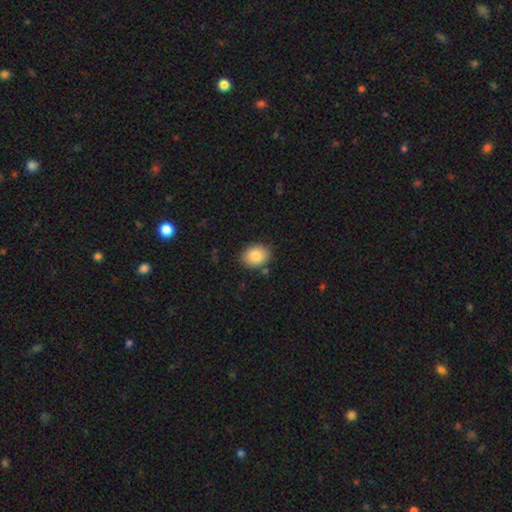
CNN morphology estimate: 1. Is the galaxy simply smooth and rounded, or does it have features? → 84% smooth, 8% star or artifact, 8% featured or disk.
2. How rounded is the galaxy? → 58% in between, 41% round, 1% cigar-shaped.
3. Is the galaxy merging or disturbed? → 85% none, 10% minor disturbance, 3% merger, 2% major disturbance.